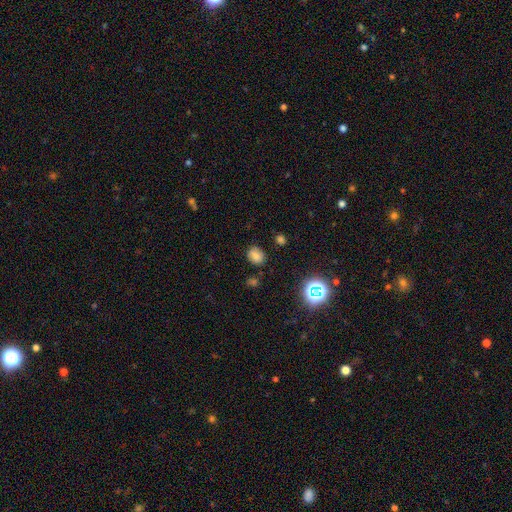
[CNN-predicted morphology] This appears to be a smooth galaxy with no disk features (72%) that is round (50%). Merging: none (78%).